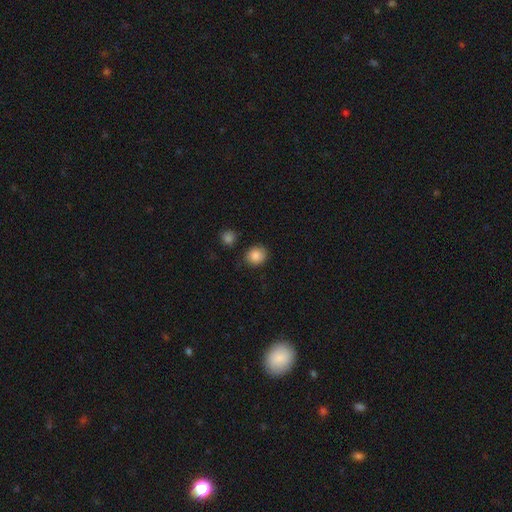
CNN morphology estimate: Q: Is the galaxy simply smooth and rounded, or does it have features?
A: smooth — 86%.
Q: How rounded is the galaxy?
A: round — 76%.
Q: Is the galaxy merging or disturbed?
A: none — 82%.